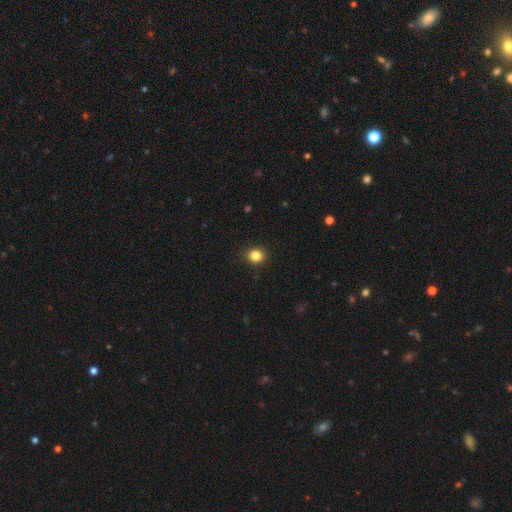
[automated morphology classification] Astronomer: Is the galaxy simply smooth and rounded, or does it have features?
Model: smooth — 85%.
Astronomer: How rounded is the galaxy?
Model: round — 76%.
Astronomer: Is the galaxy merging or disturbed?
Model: none — 90%.